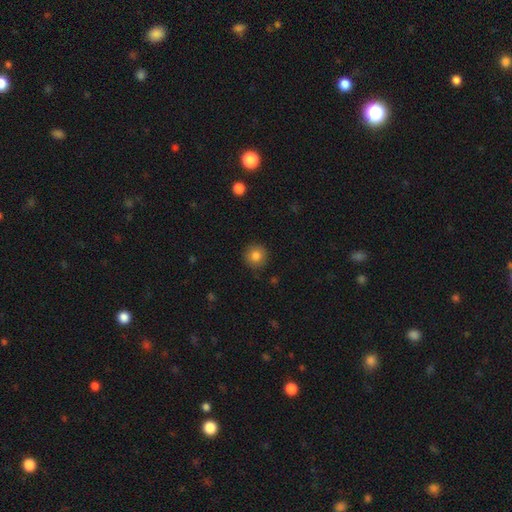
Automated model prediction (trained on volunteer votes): Smooth or featured: smooth — 83% (star or artifact — 10%)
How rounded: round — 94% (in between — 5%)
Merging: none — 90% (minor disturbance — 7%)